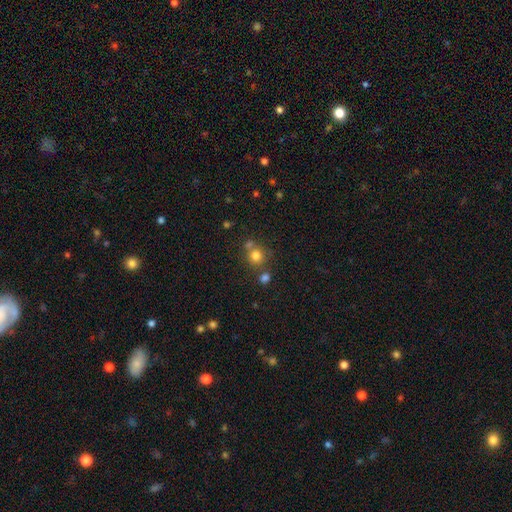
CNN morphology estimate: The model was most divided on "merging": none: 64%, merger: 24%, minor disturbance: 9%, major disturbance: 4%. More confident: how rounded — round (89%); smooth or featured — smooth (77%).